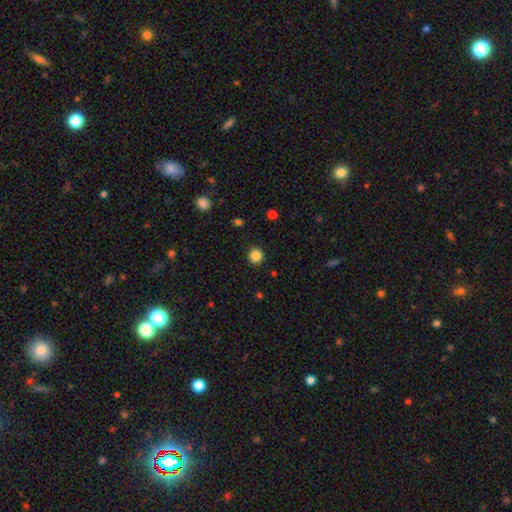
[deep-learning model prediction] Smooth or featured? Predicted: smooth (p=0.85). How rounded? Predicted: round (p=0.92). Merging? Predicted: none (p=0.92).